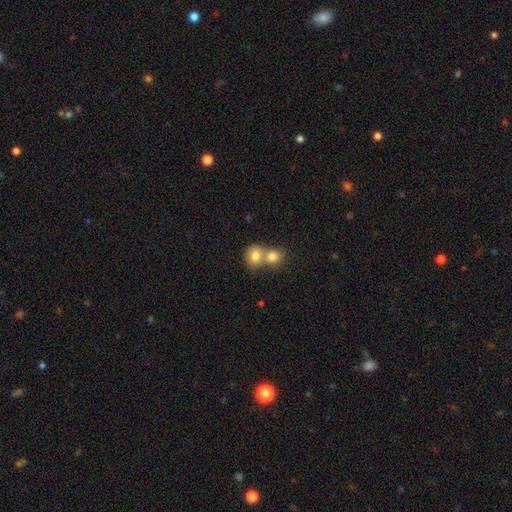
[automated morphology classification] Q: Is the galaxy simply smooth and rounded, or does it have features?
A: smooth — 79%.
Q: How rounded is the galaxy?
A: round — 72%.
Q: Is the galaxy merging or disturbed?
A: merger — 62%.